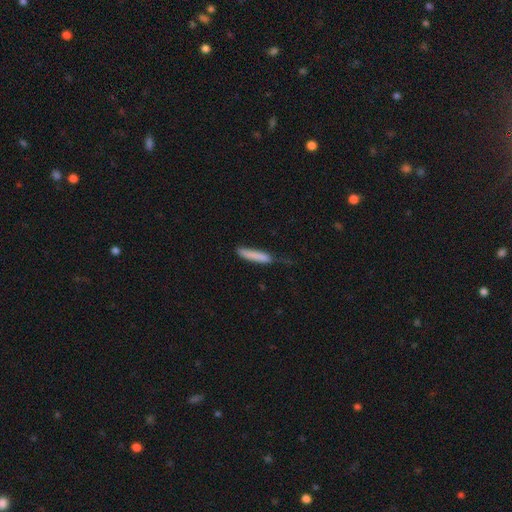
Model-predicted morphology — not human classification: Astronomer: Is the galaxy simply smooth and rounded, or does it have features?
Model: smooth — 81%.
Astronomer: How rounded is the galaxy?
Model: cigar-shaped — 91%.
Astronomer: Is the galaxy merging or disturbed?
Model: none — 57%.